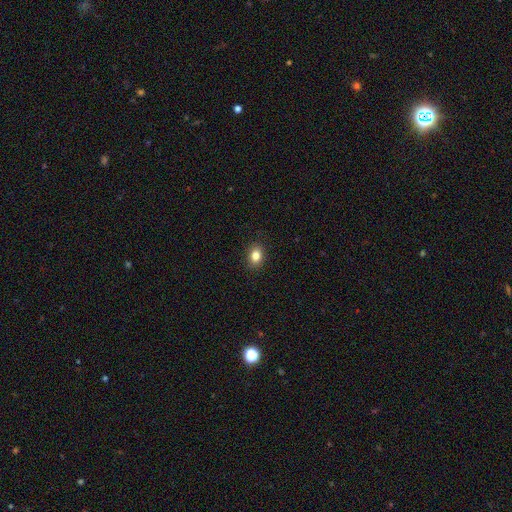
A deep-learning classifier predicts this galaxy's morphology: smooth-or-featured: smooth: 83% | star or artifact: 10% | featured or disk: 6%
  how-rounded: in between: 59% | round: 40% | cigar-shaped: 1%
  merging: none: 90% | minor disturbance: 8% | major disturbance: 2% | merger: 1%